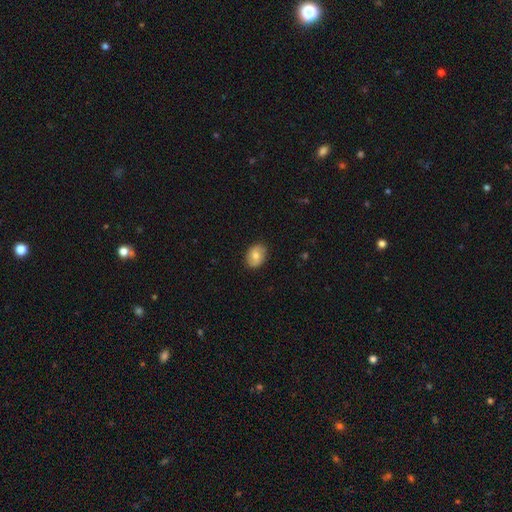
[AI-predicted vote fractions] This appears to be a smooth galaxy with no disk features (73%) that is in between round and cigar-shaped (71%). Merging: none (87%).